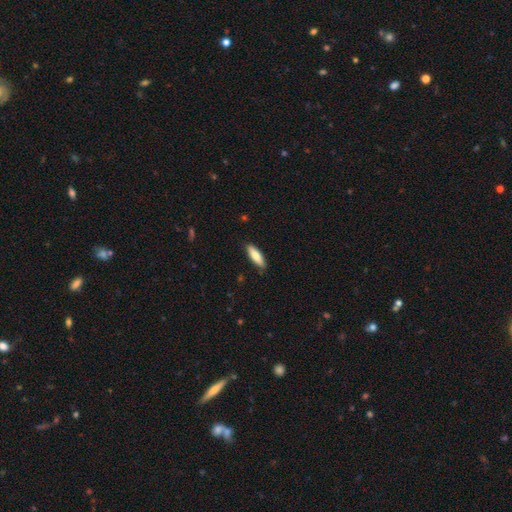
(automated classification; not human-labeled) The model was most divided on "how rounded": cigar-shaped: 51%, in between: 48%, round: 2%. More confident: merging — none (86%); smooth or featured — smooth (80%).